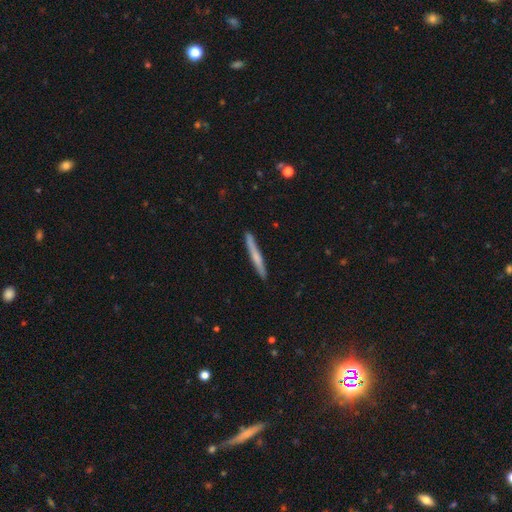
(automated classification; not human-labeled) smooth-or-featured: smooth: 54% | featured or disk: 40% | star or artifact: 6%
  how-rounded: cigar-shaped: 96% | in between: 2% | round: 1%
  merging: none: 90% | minor disturbance: 8% | major disturbance: 1% | merger: 1%